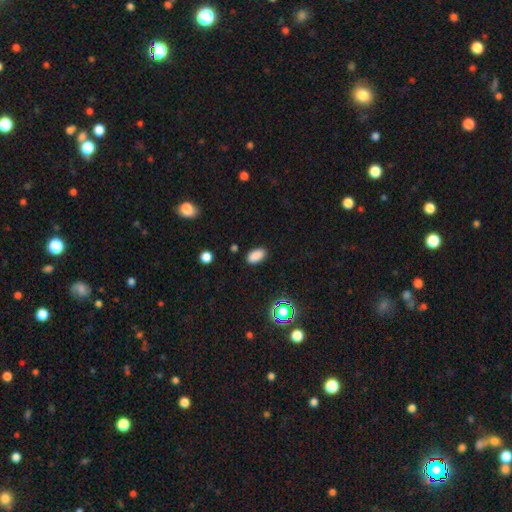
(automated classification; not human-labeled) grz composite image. It shows a smooth galaxy with no disk features (85%) that is in between round and cigar-shaped (92%). Merging: none (87%).